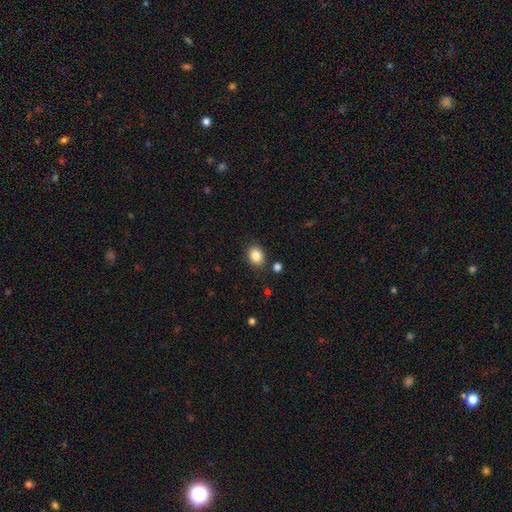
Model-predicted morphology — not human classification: This is clearly a smooth galaxy (85%). How rounded: likely in between (61%). Merging: clearly none (84%).